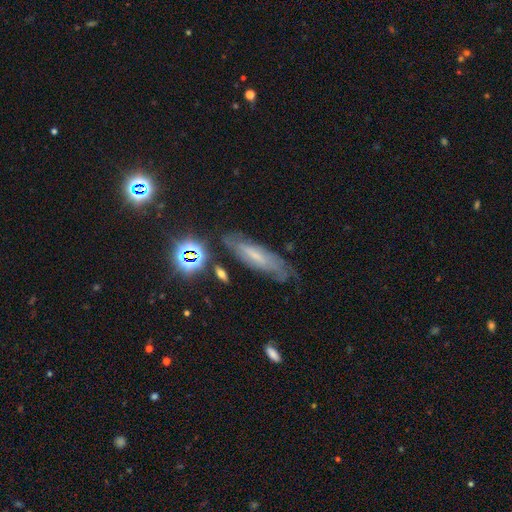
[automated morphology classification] Smooth or featured? featured or disk (56%)
Edge-on disk? no (70%)
Merging? none (69%)